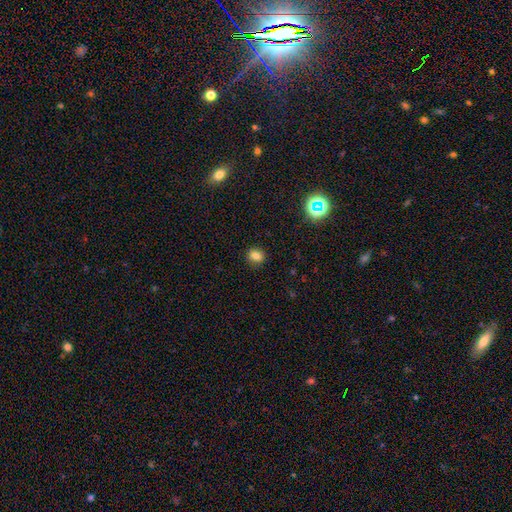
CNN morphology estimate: Smooth or featured? Predicted: smooth (p=0.80). How rounded? Predicted: round (p=0.76). Merging? Predicted: none (p=0.90).